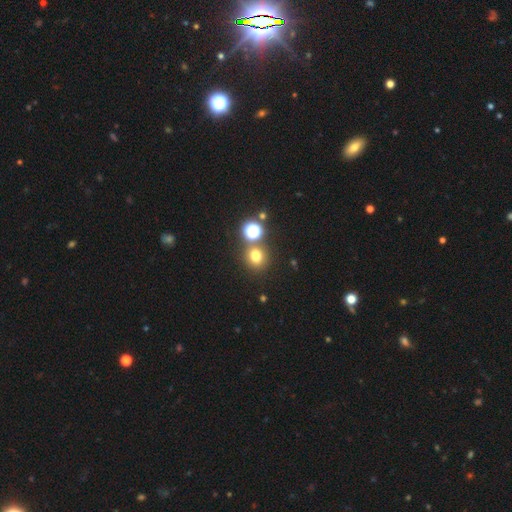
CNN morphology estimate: Smooth or featured?
  - smooth: 69% *
  - star or artifact: 23%
  - featured or disk: 8%
How rounded?
  - round: 78% *
  - in between: 21%
  - cigar-shaped: 1%
Merging?
  - none: 72% *
  - merger: 16%
  - minor disturbance: 9%
  - major disturbance: 4%